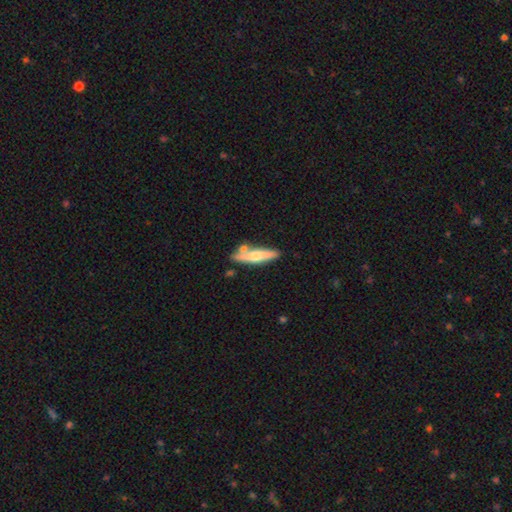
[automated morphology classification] A smooth galaxy with no disk features (51%) that is cigar-shaped (80%). Merging: none (69%).